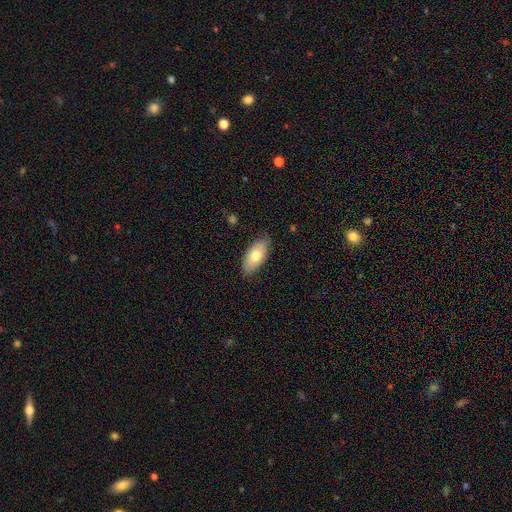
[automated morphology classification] This is likely a smooth galaxy (73%). How rounded: clearly in between (90%). Merging: clearly none (84%).